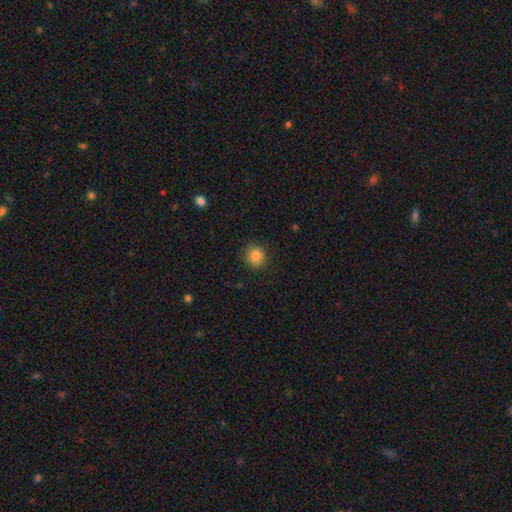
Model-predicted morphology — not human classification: This is clearly a smooth galaxy (86%). How rounded: clearly round (87%). Merging: clearly none (88%).